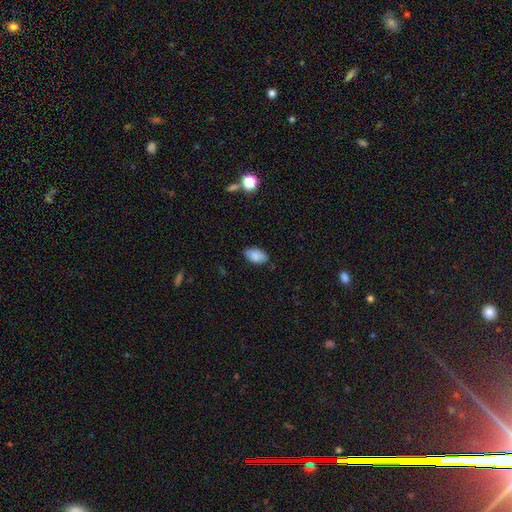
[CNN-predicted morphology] Smooth or featured?
  - smooth: 83% *
  - featured or disk: 10%
  - star or artifact: 8%
How rounded?
  - in between: 93% *
  - round: 5%
  - cigar-shaped: 2%
Merging?
  - none: 78% *
  - minor disturbance: 18%
  - major disturbance: 3%
  - merger: 1%